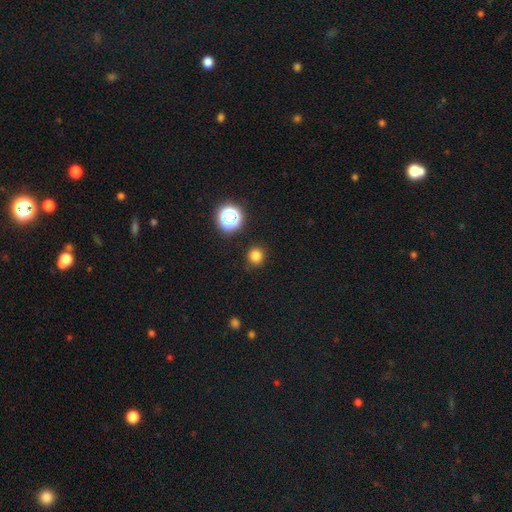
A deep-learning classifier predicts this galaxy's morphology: Smooth or featured: smooth — 80% (star or artifact — 16%)
How rounded: round — 93% (in between — 6%)
Merging: none — 90% (minor disturbance — 6%)